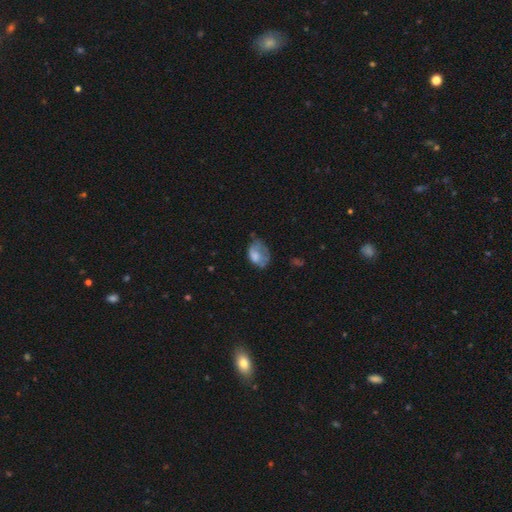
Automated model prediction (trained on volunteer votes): A smooth galaxy with no disk features (61%) that is in between round and cigar-shaped (79%). Merging: minor disturbance (35%).